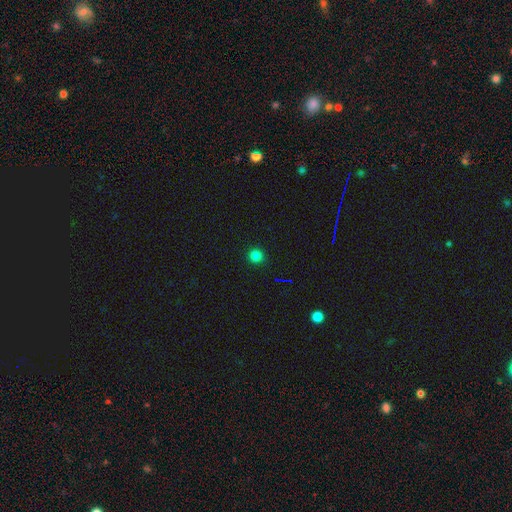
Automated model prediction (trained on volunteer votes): smooth-or-featured: smooth: 81% | star or artifact: 15% | featured or disk: 4%
  how-rounded: round: 95% | in between: 4% | cigar-shaped: 1%
  merging: none: 93% | minor disturbance: 5% | major disturbance: 2% | merger: 1%